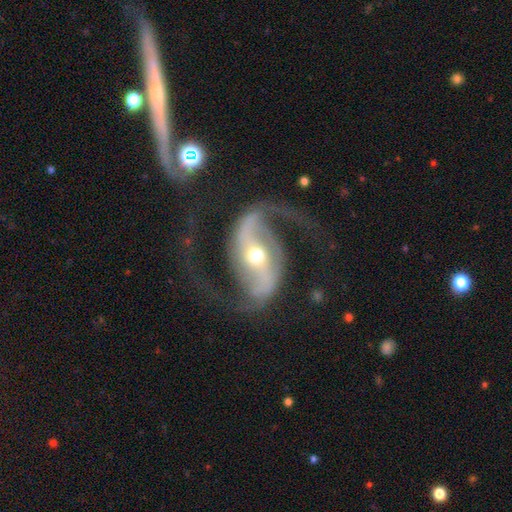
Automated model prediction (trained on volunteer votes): This appears to be a featured or disk galaxy (92%) with a strong bar (56%), 2 (94%) loose (57%) spiral arms (98%) and a moderate central bulge (69%). Merging: none (74%).